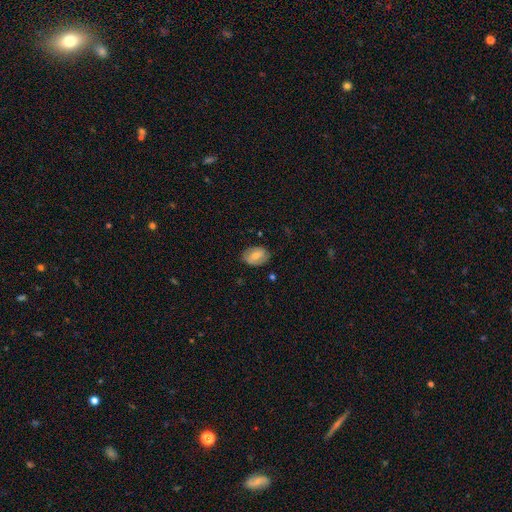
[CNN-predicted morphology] This is possibly a smooth galaxy (58%). How rounded: likely in between (79%). Merging: likely none (79%).